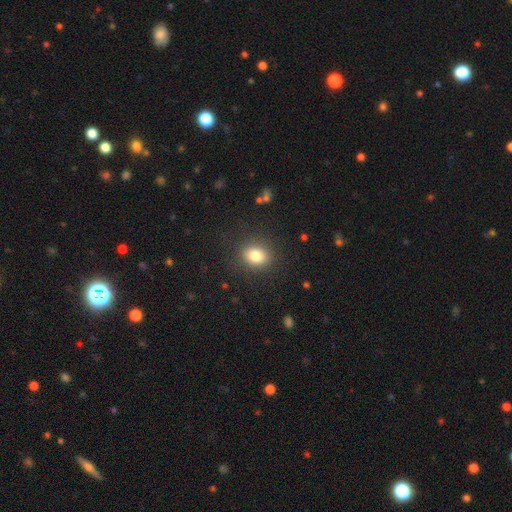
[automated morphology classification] Overall: smooth (81%). How rounded: round (57%; in between 42%). Merging: none (86%).